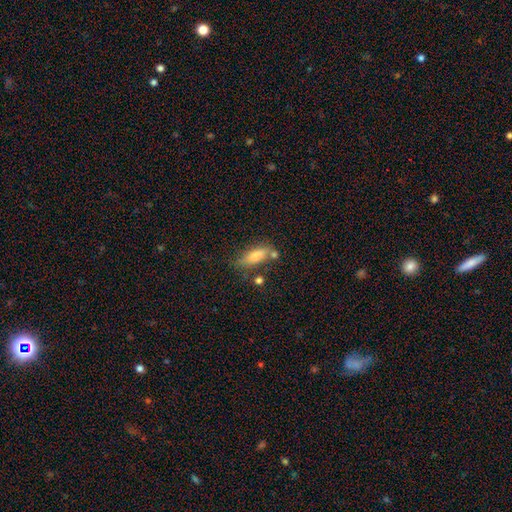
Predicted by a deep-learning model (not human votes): smooth-or-featured: smooth: 79% | featured or disk: 13% | star or artifact: 8%
  how-rounded: in between: 68% | cigar-shaped: 29% | round: 3%
  merging: none: 59% | minor disturbance: 19% | merger: 15% | major disturbance: 7%